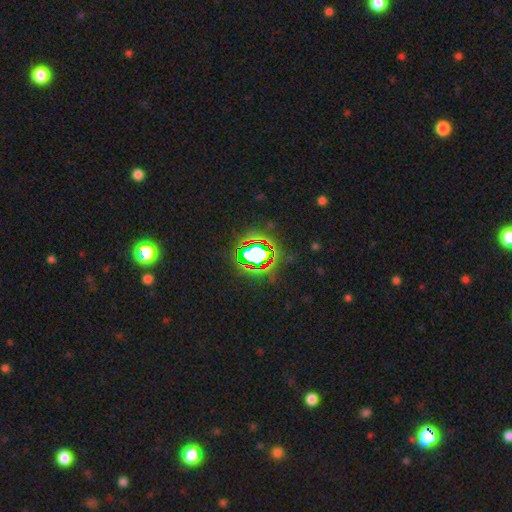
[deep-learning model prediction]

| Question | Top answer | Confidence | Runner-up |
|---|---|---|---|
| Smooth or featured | star or artifact | 67% | smooth (19%) |